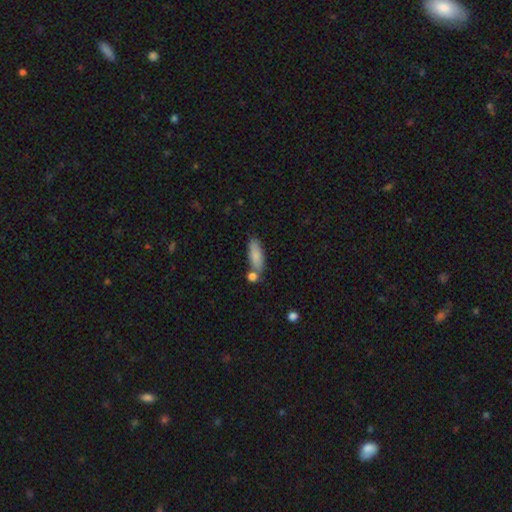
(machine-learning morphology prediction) Q: Smooth or featured?
A: smooth (83%); runner-up: featured or disk (11%)
Q: How rounded?
A: in between (65%); runner-up: cigar-shaped (33%)
Q: Merging?
A: none (63%); runner-up: merger (18%)